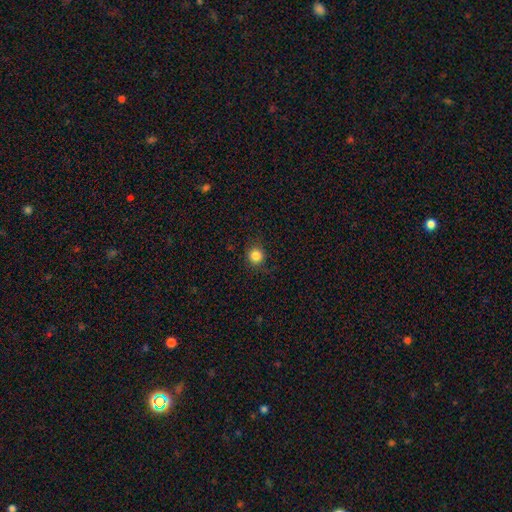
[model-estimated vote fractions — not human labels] smooth 84%, star or artifact 12%, featured or disk 5%. Down the decision tree: how rounded — round (92%); merging — none (84%).